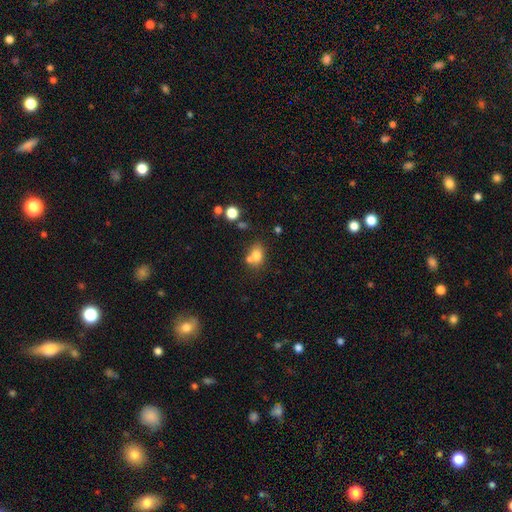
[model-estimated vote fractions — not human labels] Smooth or featured?
  - smooth: 76% *
  - star or artifact: 12%
  - featured or disk: 12%
How rounded?
  - in between: 58% *
  - round: 41%
  - cigar-shaped: 1%
Merging?
  - none: 47% *
  - merger: 35%
  - minor disturbance: 13%
  - major disturbance: 5%